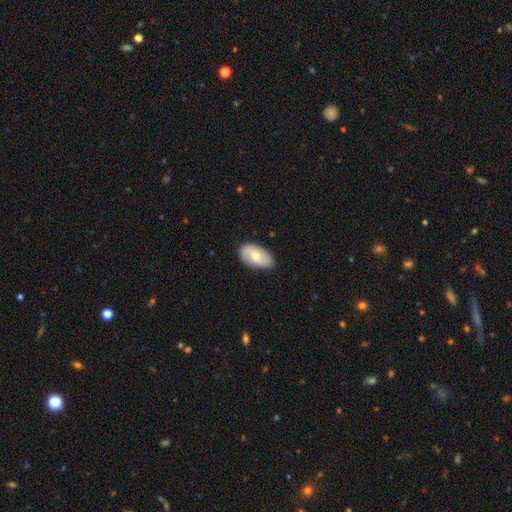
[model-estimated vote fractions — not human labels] smooth 64%, featured or disk 30%, star or artifact 6%. Down the decision tree: how rounded — in between (93%); merging — none (74%).